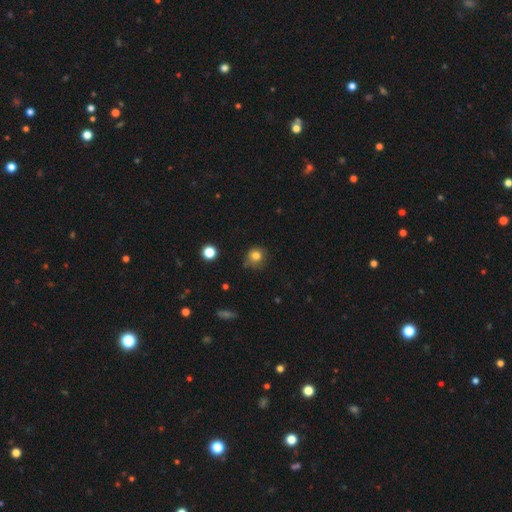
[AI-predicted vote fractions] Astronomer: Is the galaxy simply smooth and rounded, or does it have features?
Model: smooth — 79%.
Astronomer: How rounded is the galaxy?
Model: round — 83%.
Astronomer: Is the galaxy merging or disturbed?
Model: none — 65%.